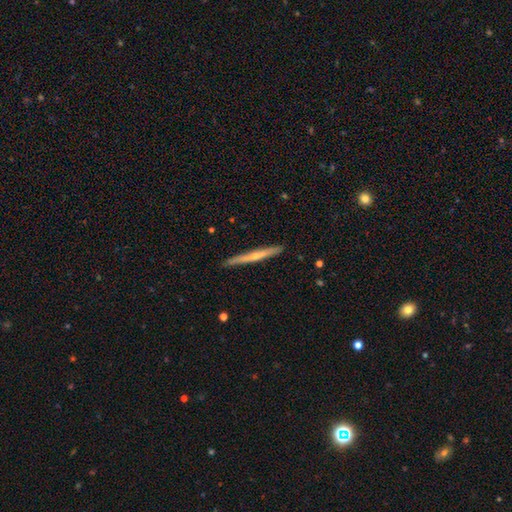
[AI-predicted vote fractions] The model was most divided on "edge-on bulge": rounded: 62%, none: 35%, boxy: 3%. More confident: edge-on disk — yes (97%); merging — none (91%); smooth or featured — featured or disk (62%).